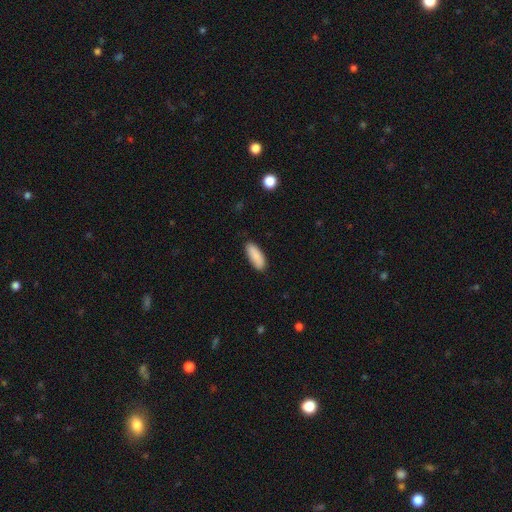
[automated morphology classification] The model was most divided on "how rounded": in between: 71%, cigar-shaped: 28%, round: 2%. More confident: smooth or featured — smooth (88%); merging — none (86%).